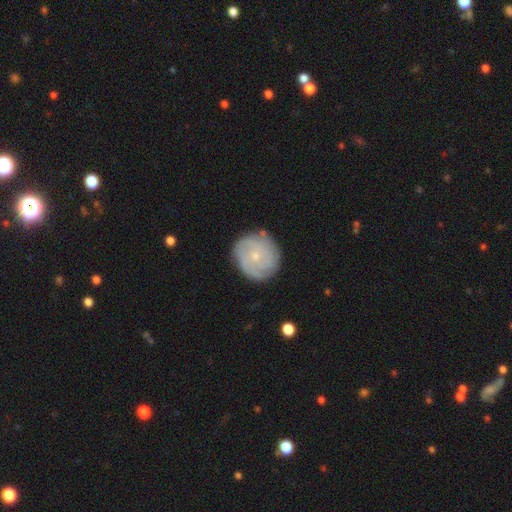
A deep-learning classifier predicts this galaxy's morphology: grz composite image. It shows a featured or disk galaxy (60%) with no bar (82%), spiral arms (83%) and a small central bulge (77%). Merging: none (81%).